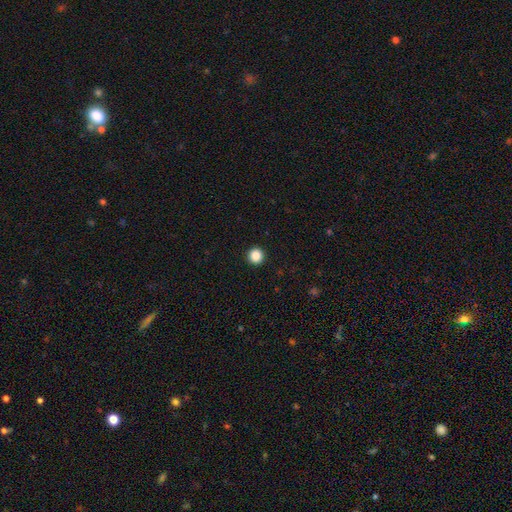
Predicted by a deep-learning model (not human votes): A smooth galaxy with no disk features (87%) that is round (97%). Merging: none (94%).